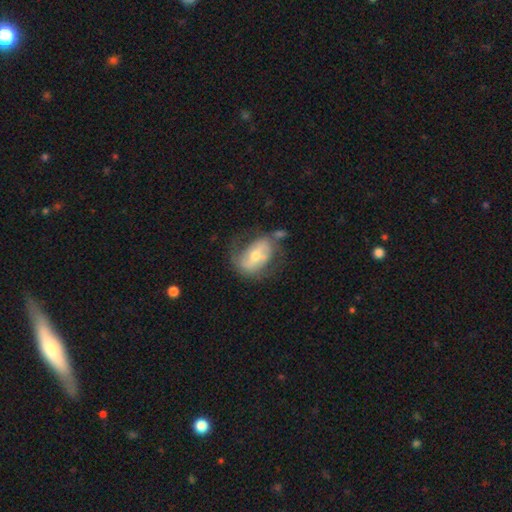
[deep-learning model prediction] Smooth or featured? Predicted: featured or disk (p=0.62). Edge-on disk? Predicted: no (p=0.94). Bar? Predicted: weak (p=0.37). Spiral arms? Predicted: yes (p=0.70). Bulge size? Predicted: moderate (p=0.62). Merging? Predicted: none (p=0.47).